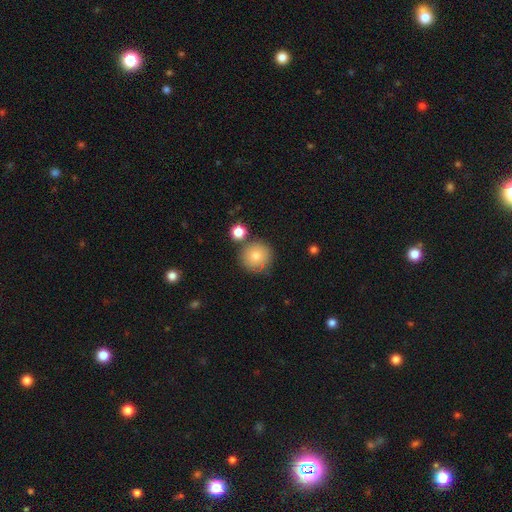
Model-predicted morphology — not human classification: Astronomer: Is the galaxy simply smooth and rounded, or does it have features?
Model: smooth — 79%.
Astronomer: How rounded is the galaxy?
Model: round — 94%.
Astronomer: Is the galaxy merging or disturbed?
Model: none — 74%.